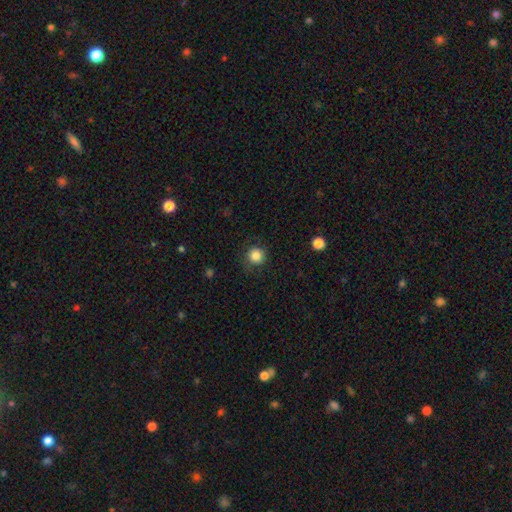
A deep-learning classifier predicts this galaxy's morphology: Overall: smooth (85%). How rounded: round (95%). Merging: none (85%).